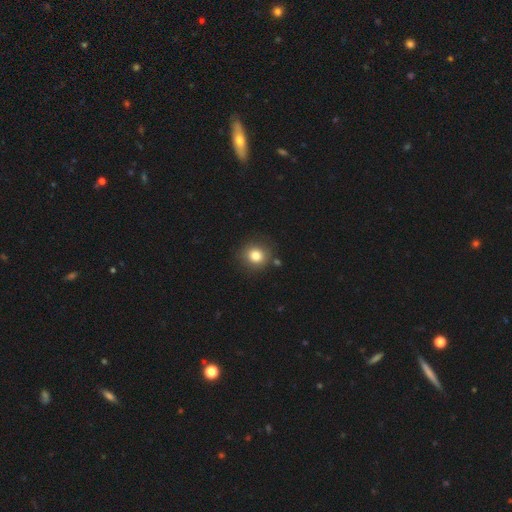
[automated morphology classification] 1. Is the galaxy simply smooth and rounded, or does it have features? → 81% smooth, 11% star or artifact, 8% featured or disk.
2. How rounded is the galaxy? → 85% round, 14% in between, 1% cigar-shaped.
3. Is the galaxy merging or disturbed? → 84% none, 9% minor disturbance, 4% merger, 3% major disturbance.